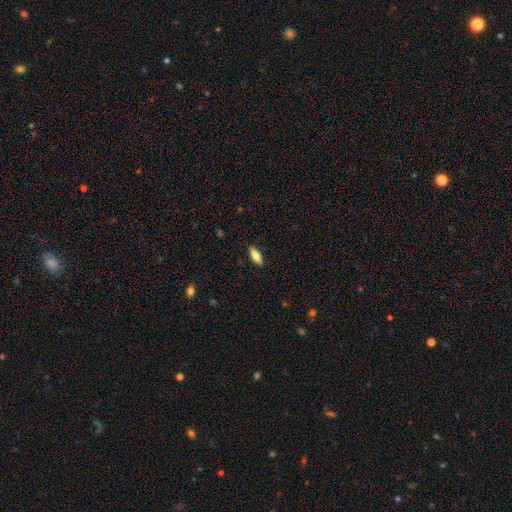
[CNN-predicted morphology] Smooth or featured? smooth (76%)
How rounded? in between (72%)
Merging? none (89%)